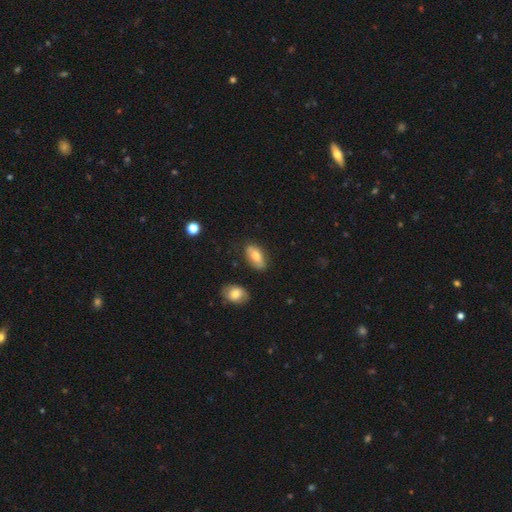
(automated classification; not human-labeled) Smooth or featured?
  - smooth: 74% *
  - featured or disk: 19%
  - star or artifact: 7%
How rounded?
  - in between: 91% *
  - cigar-shaped: 6%
  - round: 3%
Merging?
  - none: 72% *
  - minor disturbance: 20%
  - major disturbance: 5%
  - merger: 4%